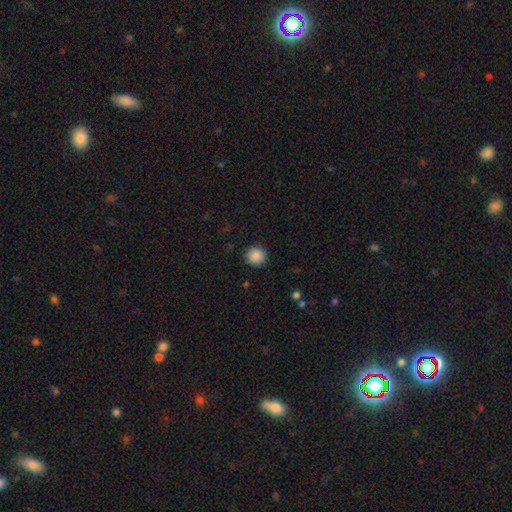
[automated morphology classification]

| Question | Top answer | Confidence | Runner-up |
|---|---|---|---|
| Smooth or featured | smooth | 88% | star or artifact (9%) |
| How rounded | round | 93% | in between (6%) |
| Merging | none | 90% | minor disturbance (7%) |